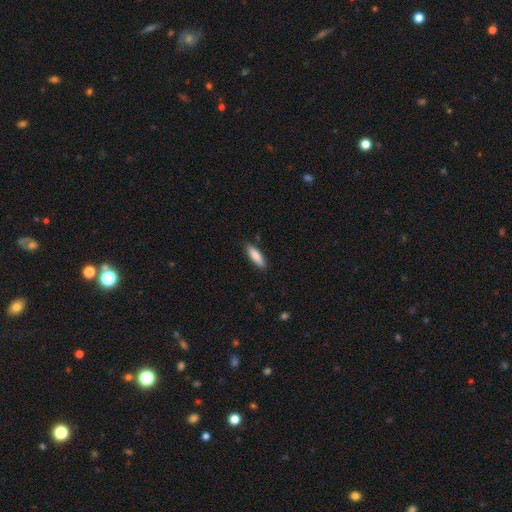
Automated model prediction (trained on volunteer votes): This is clearly a smooth galaxy (83%). How rounded: possibly cigar-shaped (54%). Merging: clearly none (87%).